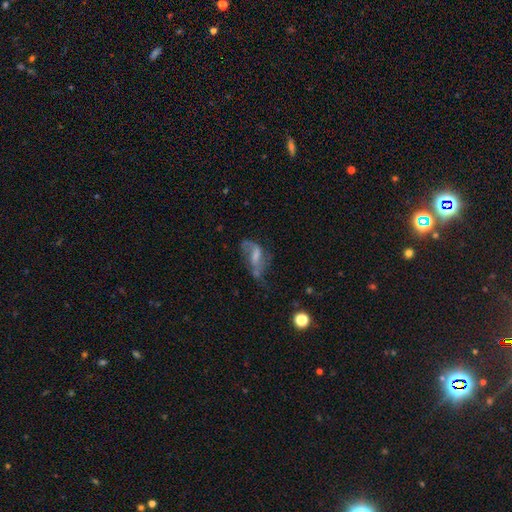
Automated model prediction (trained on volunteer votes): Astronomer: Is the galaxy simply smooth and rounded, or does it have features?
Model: featured or disk — 62%.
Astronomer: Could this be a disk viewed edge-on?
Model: no — 94%.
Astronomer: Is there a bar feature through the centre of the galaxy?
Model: weak — 45% (runner-up: no, 35%).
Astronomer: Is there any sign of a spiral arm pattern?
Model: yes — 72%.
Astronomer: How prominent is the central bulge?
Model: small — 34% (runner-up: none, 31%).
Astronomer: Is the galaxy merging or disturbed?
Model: major disturbance — 37% (runner-up: none, 31%).